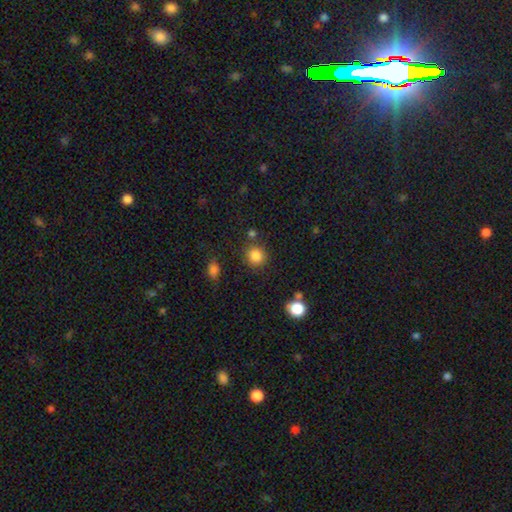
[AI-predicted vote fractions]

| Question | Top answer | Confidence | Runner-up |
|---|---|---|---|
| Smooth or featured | smooth | 85% | star or artifact (11%) |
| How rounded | round | 88% | in between (11%) |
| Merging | none | 80% | minor disturbance (9%) |